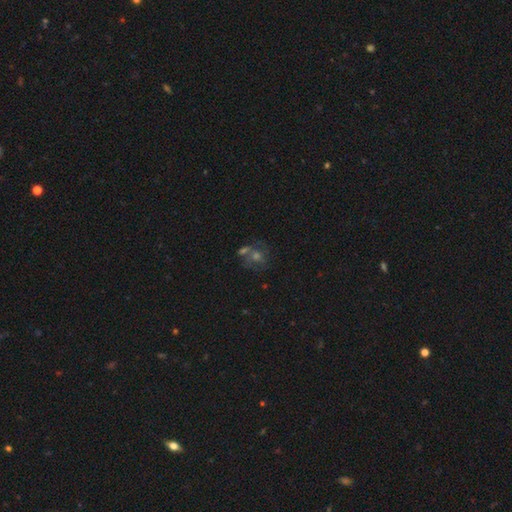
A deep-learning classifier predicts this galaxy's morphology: This appears to be a featured or disk galaxy (43%). Merging: none (52%).